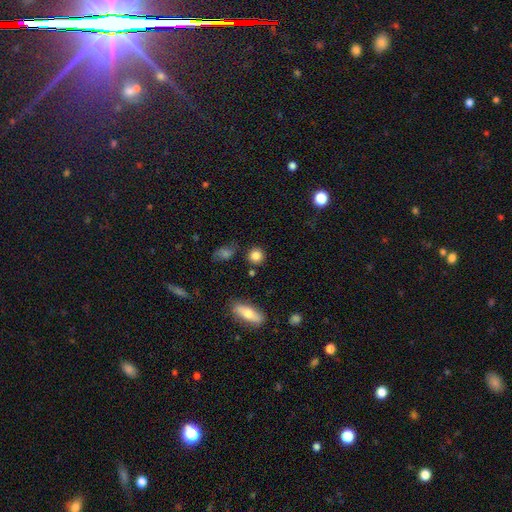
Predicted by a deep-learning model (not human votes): smooth 83%, star or artifact 10%, featured or disk 7%. Down the decision tree: how rounded — round (89%); merging — none (84%).